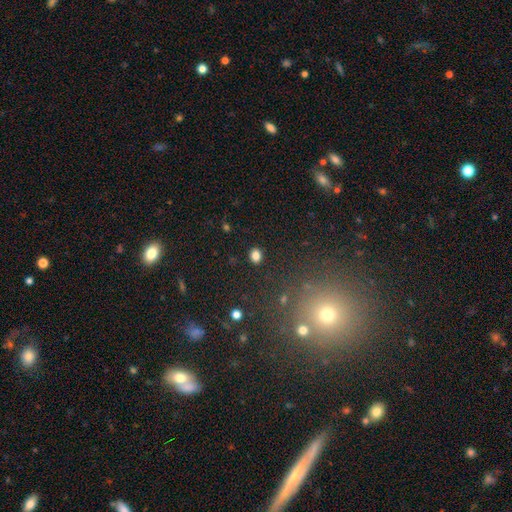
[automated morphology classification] A smooth galaxy with no disk features (82%) that is round (58%). Merging: none (89%).